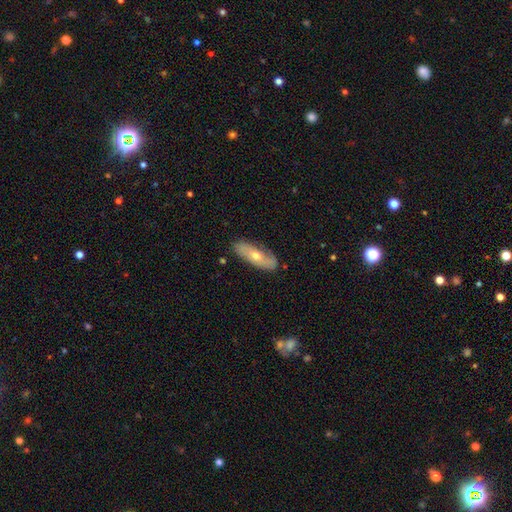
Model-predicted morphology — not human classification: featured or disk 53%, smooth 40%, star or artifact 7%. Down the decision tree: edge-on disk — no (70%); merging — none (80%).